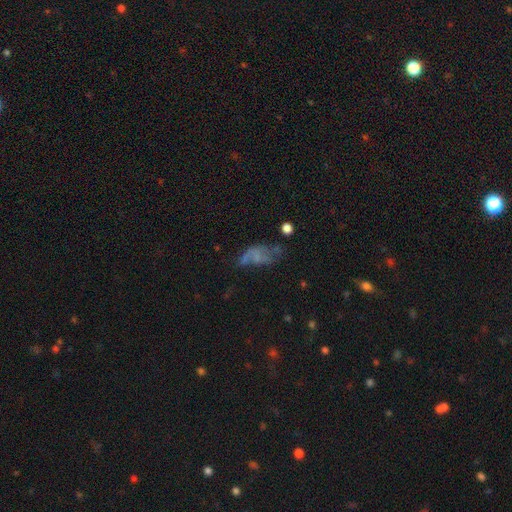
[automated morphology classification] Smooth or featured: featured or disk — 43% (smooth — 38%)
Merging: major disturbance — 37% (none — 30%)